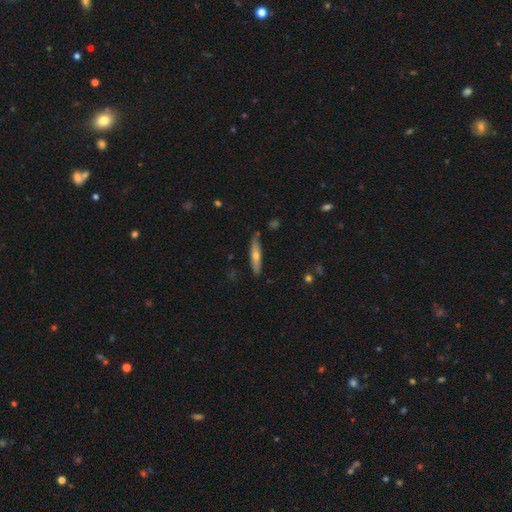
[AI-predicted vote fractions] A smooth galaxy with no disk features (51%) that is cigar-shaped (82%).

Vote fractions:
- Smooth or featured? smooth: 51% / featured or disk: 43% / star or artifact: 6%
- How rounded? cigar-shaped: 82% / in between: 16% / round: 2%
- Merging? none: 83% / minor disturbance: 13% / merger: 2% / major disturbance: 2%